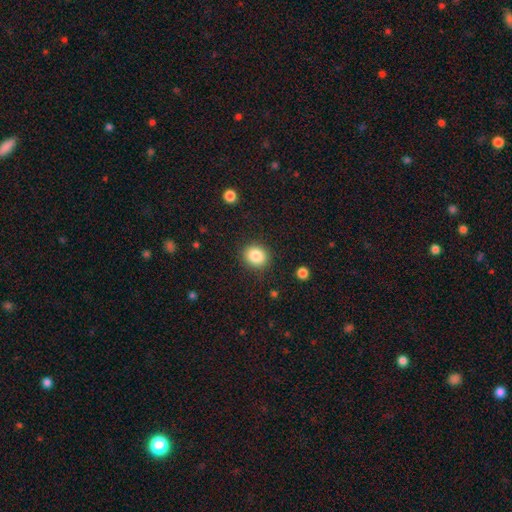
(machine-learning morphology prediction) A smooth galaxy with no disk features (85%) that is round (77%).

Vote fractions:
- Smooth or featured? smooth: 85% / star or artifact: 9% / featured or disk: 6%
- How rounded? round: 77% / in between: 22% / cigar-shaped: 1%
- Merging? none: 88% / minor disturbance: 8% / major disturbance: 3% / merger: 1%